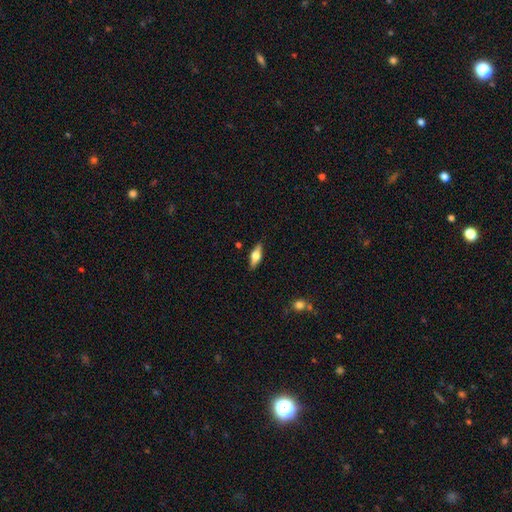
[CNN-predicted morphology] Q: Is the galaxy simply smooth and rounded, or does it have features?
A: featured or disk — 51%.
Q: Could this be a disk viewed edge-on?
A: yes — 92%.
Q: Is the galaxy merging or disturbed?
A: none — 88%.